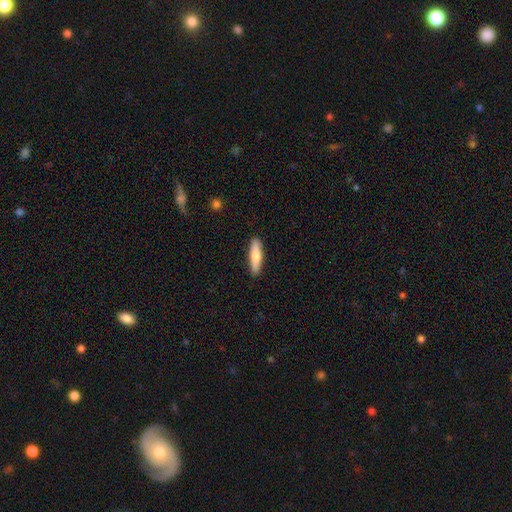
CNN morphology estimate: smooth 68%, featured or disk 27%, star or artifact 5%. Down the decision tree: how rounded — cigar-shaped (75%); merging — none (90%).